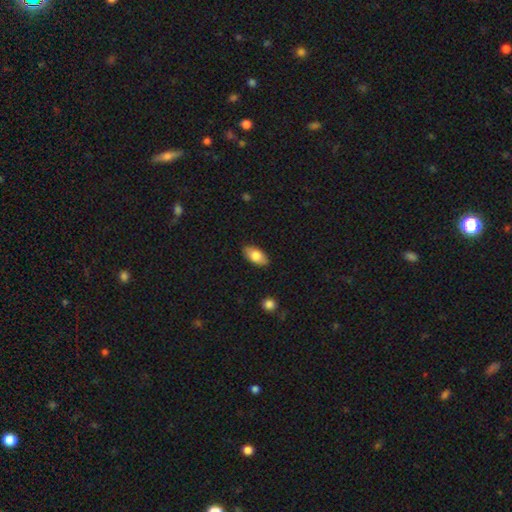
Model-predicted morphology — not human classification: This is likely a smooth galaxy (80%). How rounded: clearly in between (91%). Merging: clearly none (87%).